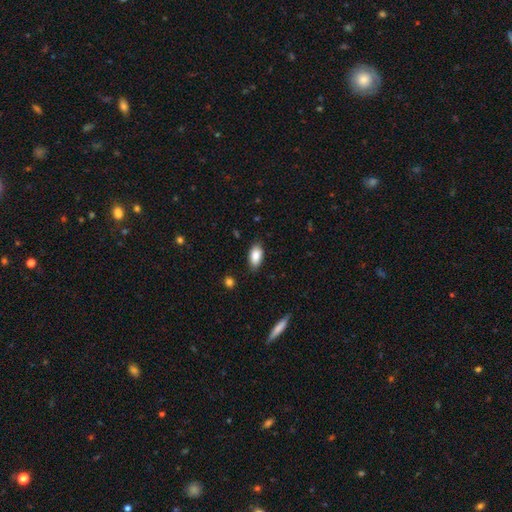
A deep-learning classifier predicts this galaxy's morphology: Smooth or featured?
  - smooth: 87% *
  - star or artifact: 7%
  - featured or disk: 6%
How rounded?
  - in between: 92% *
  - cigar-shaped: 5%
  - round: 4%
Merging?
  - none: 82% *
  - minor disturbance: 14%
  - major disturbance: 3%
  - merger: 1%